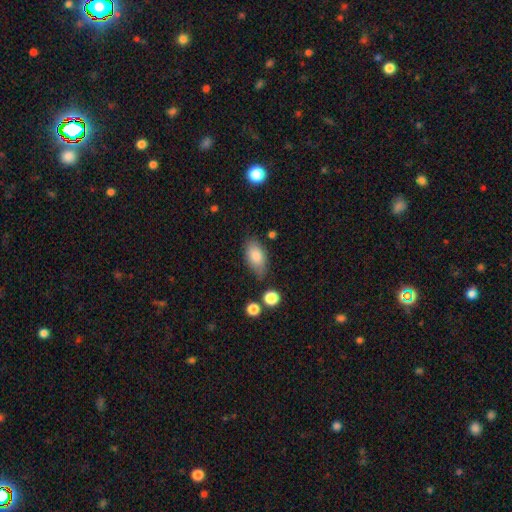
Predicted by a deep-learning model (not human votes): Smooth or featured? smooth (81%)
How rounded? in between (90%)
Merging? none (72%)